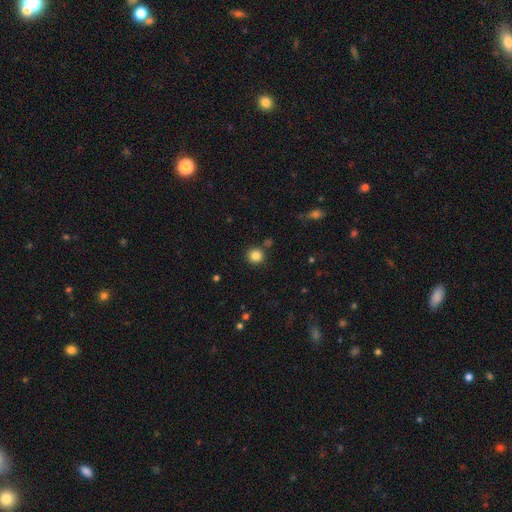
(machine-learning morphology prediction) Smooth or featured?
  - smooth: 84% *
  - star or artifact: 11%
  - featured or disk: 4%
How rounded?
  - round: 93% *
  - in between: 7%
  - cigar-shaped: 1%
Merging?
  - none: 87% *
  - minor disturbance: 6%
  - merger: 4%
  - major disturbance: 2%